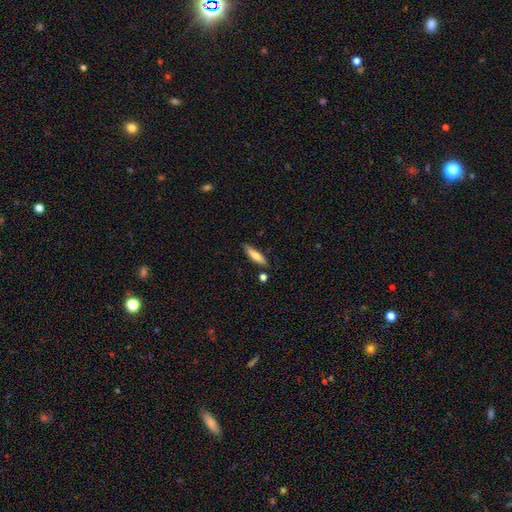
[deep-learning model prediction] Morphology: type=smooth (74%); roundness=cigar-shaped (73%); merging=none (82%).